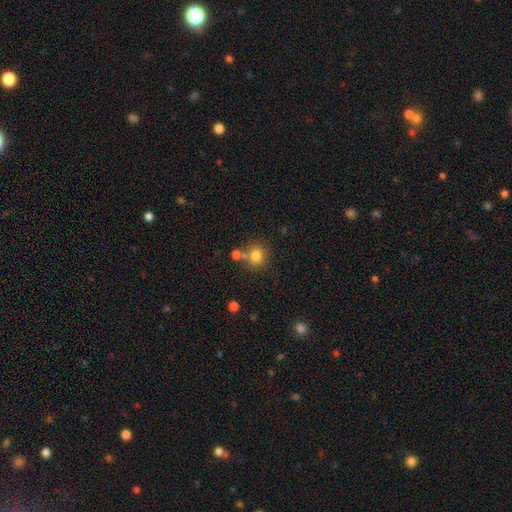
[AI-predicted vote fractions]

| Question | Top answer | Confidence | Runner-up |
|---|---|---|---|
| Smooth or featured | smooth | 80% | star or artifact (13%) |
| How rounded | round | 85% | in between (14%) |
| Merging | none | 69% | merger (18%) |